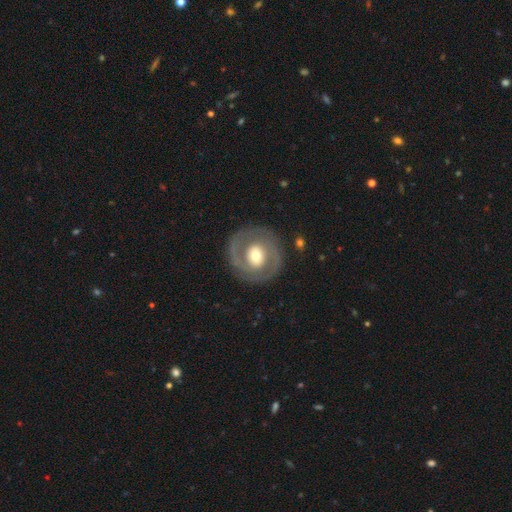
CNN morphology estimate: A featured or disk galaxy (70%) with no bar (57%), spiral arms (63%) and a moderate central bulge (63%).

Vote fractions:
- Smooth or featured? featured or disk: 70% / smooth: 25% / star or artifact: 5%
- Edge-on disk? no: 97% / yes: 3%
- Bar? no: 57% / weak: 29% / strong: 14%
- Spiral arms? yes: 63% / no: 37%
- Bulge size? moderate: 63% / large: 17% / small: 16% / dominant: 2% / none: 1%
- Merging? none: 85% / minor disturbance: 9% / major disturbance: 5% / merger: 1%